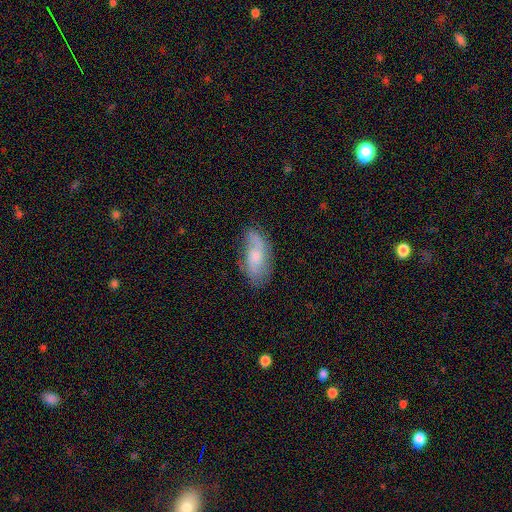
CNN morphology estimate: Smooth or featured: featured or disk — 49% (smooth — 44%)
Merging: none — 61% (minor disturbance — 26%)